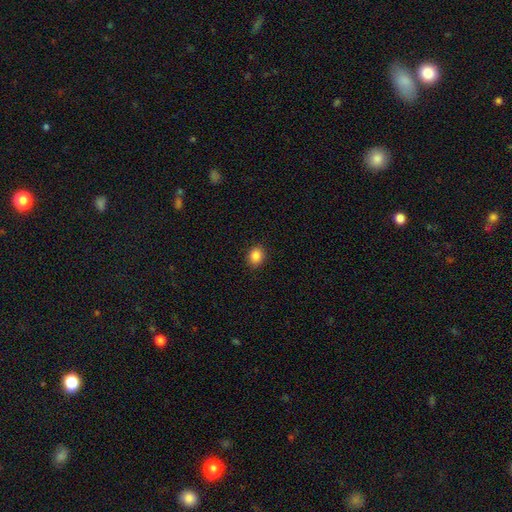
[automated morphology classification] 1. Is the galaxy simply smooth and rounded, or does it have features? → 87% smooth, 10% star or artifact, 4% featured or disk.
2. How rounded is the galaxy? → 67% round, 32% in between, 1% cigar-shaped.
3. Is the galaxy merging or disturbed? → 90% none, 7% minor disturbance, 2% major disturbance, 1% merger.